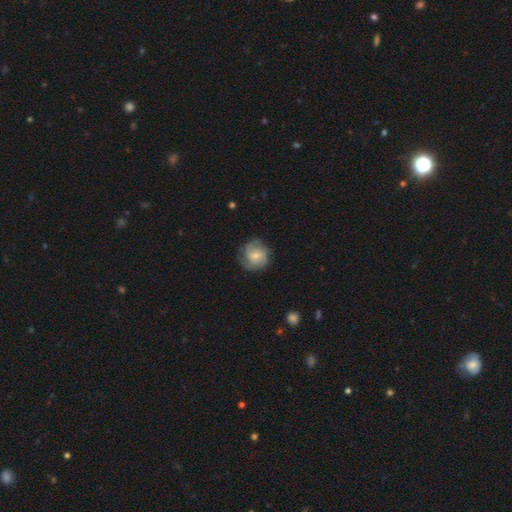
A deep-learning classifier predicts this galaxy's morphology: Smooth or featured? Predicted: featured or disk (p=0.63). Edge-on disk? Predicted: no (p=0.98). Bar? Predicted: no (p=0.59). Spiral arms? Predicted: yes (p=0.92). Spiral winding? Predicted: tight (p=0.44). Spiral arm count? Predicted: 3 (p=0.31). Bulge size? Predicted: small (p=0.58). Merging? Predicted: none (p=0.72).